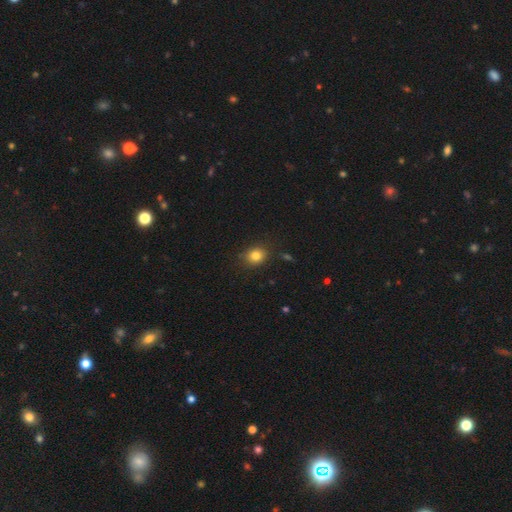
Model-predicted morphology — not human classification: Smooth or featured? Predicted: smooth (p=0.83). How rounded? Predicted: round (p=0.60). Merging? Predicted: none (p=0.83).